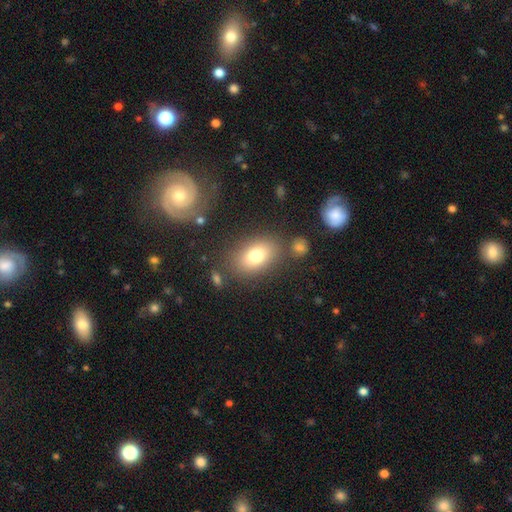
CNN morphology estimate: smooth_or_featured: smooth (p=0.77) [alt: featured or disk p=0.13]
how_rounded: in between (p=0.79) [alt: round p=0.19]
merging: none (p=0.77) [alt: minor disturbance p=0.12]